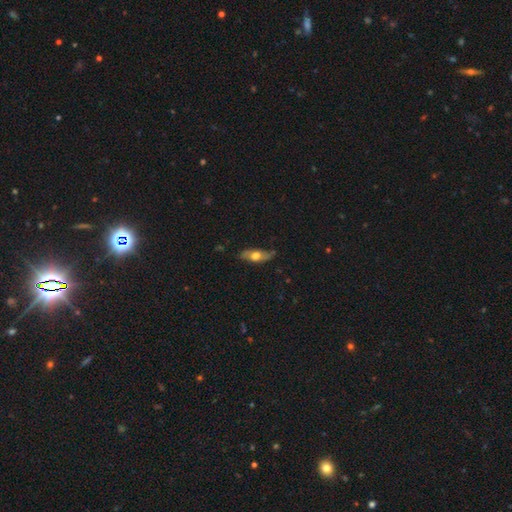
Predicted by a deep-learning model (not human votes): Smooth or featured?
  - smooth: 50% *
  - featured or disk: 44%
  - star or artifact: 6%
How rounded?
  - in between: 67% *
  - cigar-shaped: 28%
  - round: 5%
Merging?
  - none: 76% *
  - minor disturbance: 19%
  - major disturbance: 4%
  - merger: 2%